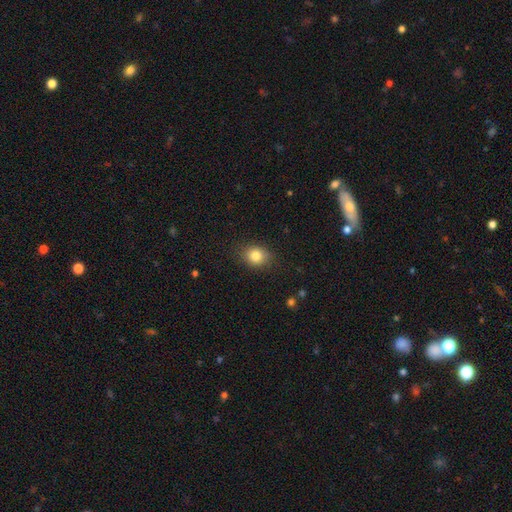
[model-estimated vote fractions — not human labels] Overall: smooth (82%). How rounded: round (55%; in between 44%). Merging: none (84%).